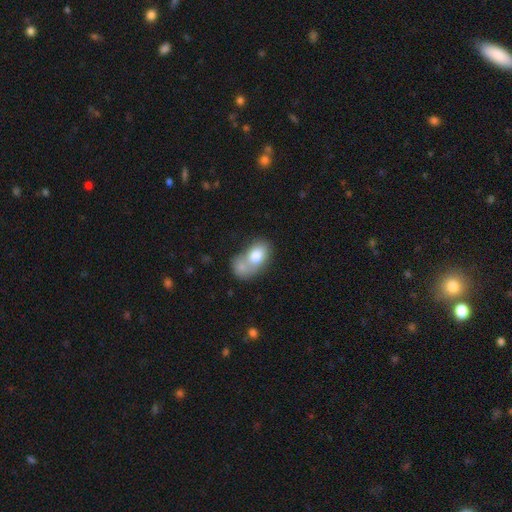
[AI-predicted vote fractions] Smooth or featured? smooth (75%)
How rounded? in between (80%)
Merging? merger (61%)